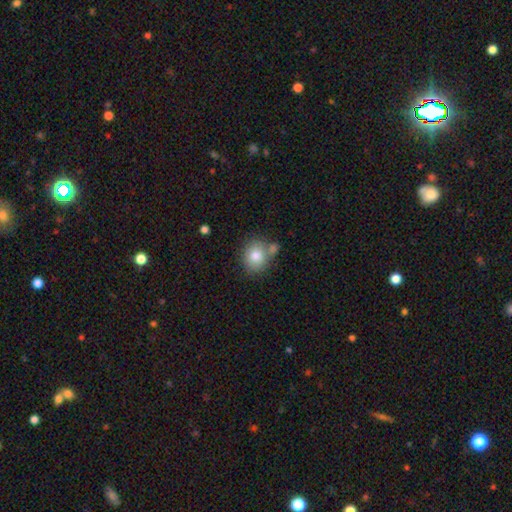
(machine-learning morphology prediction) smooth_or_featured: smooth (p=0.80) [alt: featured or disk p=0.11]
how_rounded: round (p=0.71) [alt: in between p=0.28]
merging: none (p=0.60) [alt: merger p=0.21]